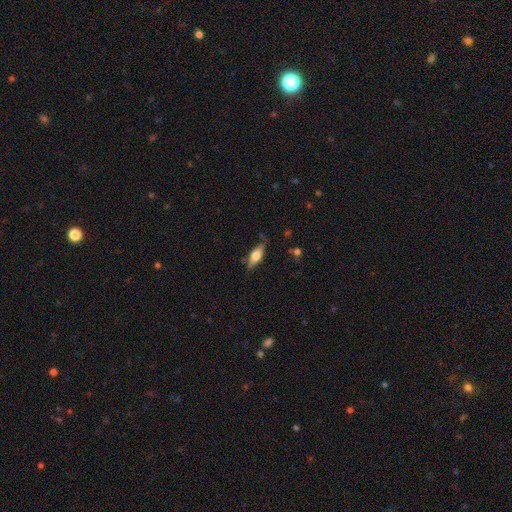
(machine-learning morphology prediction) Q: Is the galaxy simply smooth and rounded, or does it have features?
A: smooth — 60%.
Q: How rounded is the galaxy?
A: in between — 63%.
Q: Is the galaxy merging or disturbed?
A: none — 74%.